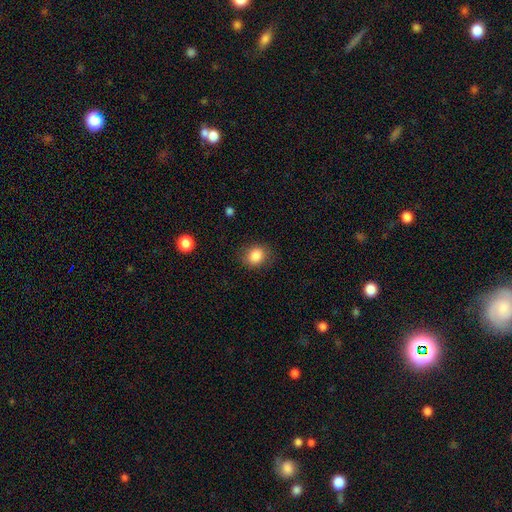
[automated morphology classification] This is clearly a smooth galaxy (86%). How rounded: likely round (66%). Merging: clearly none (81%).